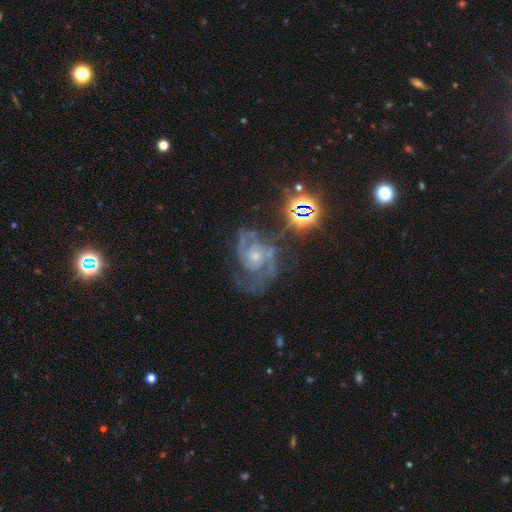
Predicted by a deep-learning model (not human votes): Smooth or featured?
  - featured or disk: 83% *
  - star or artifact: 12%
  - smooth: 5%
Edge-on disk?
  - no: 98% *
  - yes: 2%
Bar?
  - no: 62% *
  - weak: 31%
  - strong: 7%
Spiral arms?
  - yes: 97% *
  - no: 3%
Spiral winding?
  - medium: 49% *
  - tight: 42%
  - loose: 9%
Spiral arm count?
  - 2: 71% *
  - can't tell: 10%
  - 3: 10%
  - 1: 3%
  - 4: 3%
  - more than 4: 3%
Bulge size?
  - small: 58% *
  - moderate: 32%
  - none: 6%
  - large: 2%
  - dominant: 1%
Merging?
  - none: 57% *
  - minor disturbance: 21%
  - major disturbance: 16%
  - merger: 6%